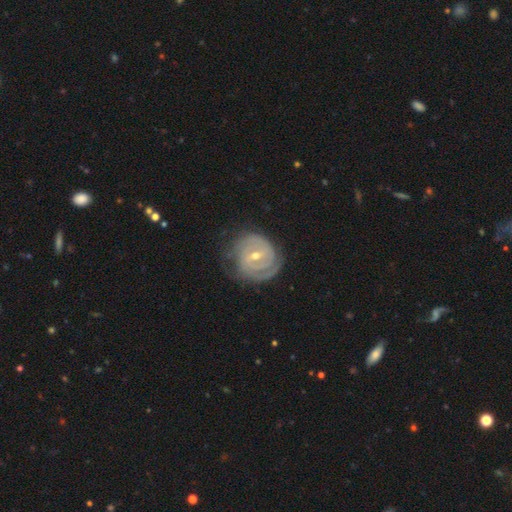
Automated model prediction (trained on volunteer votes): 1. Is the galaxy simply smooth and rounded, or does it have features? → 83% featured or disk, 11% smooth, 6% star or artifact.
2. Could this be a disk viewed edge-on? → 97% no, 3% yes.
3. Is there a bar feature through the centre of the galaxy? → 49% weak, 30% no, 21% strong.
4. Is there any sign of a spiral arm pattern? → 92% yes, 8% no.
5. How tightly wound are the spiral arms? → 77% tight, 18% medium, 5% loose.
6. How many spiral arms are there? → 36% 2, 34% can't tell, 14% 3, 8% 1, 5% 4, 4% more than 4.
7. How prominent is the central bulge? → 52% small, 45% moderate, 1% large, 1% none, 1% dominant.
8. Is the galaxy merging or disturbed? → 71% none, 19% minor disturbance, 9% major disturbance, 1% merger.